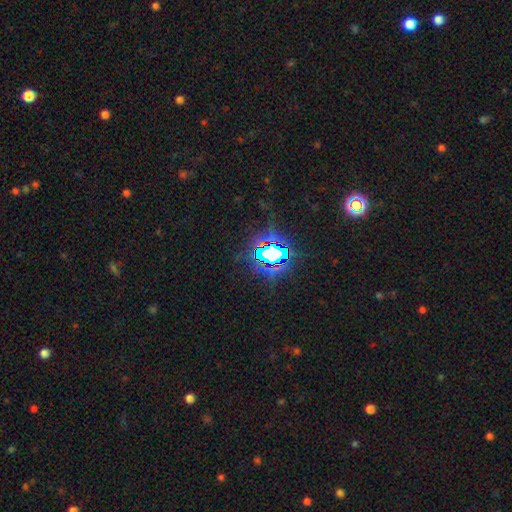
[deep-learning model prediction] Smooth or featured: star or artifact — 83% (smooth — 11%)